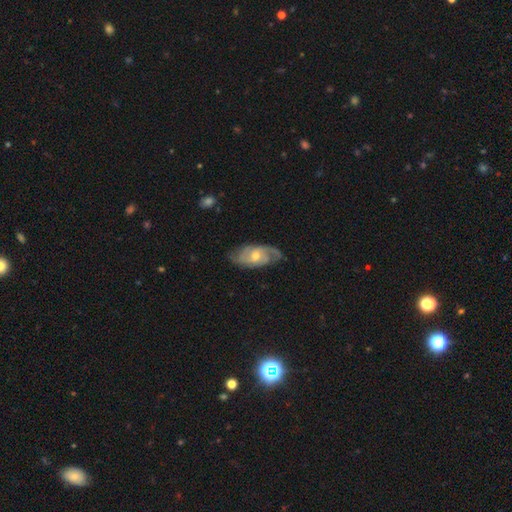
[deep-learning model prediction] A featured or disk galaxy (81%) with no bar (58%), 2 (51%) medium (43%) spiral arms (94%) and a moderate central bulge (59%).

Vote fractions:
- Smooth or featured? featured or disk: 81% / smooth: 13% / star or artifact: 5%
- Edge-on disk? no: 94% / yes: 6%
- Bar? no: 58% / weak: 36% / strong: 7%
- Spiral arms? yes: 94% / no: 6%
- Spiral winding? medium: 43% / tight: 42% / loose: 15%
- Spiral arm count? 2: 51% / can't tell: 19% / 3: 19% / 1: 4% / 4: 4% / more than 4: 3%
- Bulge size? moderate: 59% / small: 37% / large: 2% / none: 1% / dominant: 1%
- Merging? none: 74% / minor disturbance: 19% / major disturbance: 5% / merger: 1%